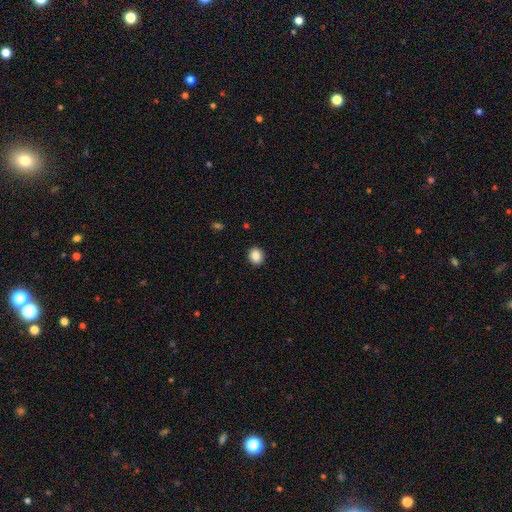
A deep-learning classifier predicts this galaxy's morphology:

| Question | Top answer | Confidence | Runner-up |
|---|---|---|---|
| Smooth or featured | smooth | 88% | star or artifact (9%) |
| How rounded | round | 73% | in between (26%) |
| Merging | none | 91% | minor disturbance (6%) |